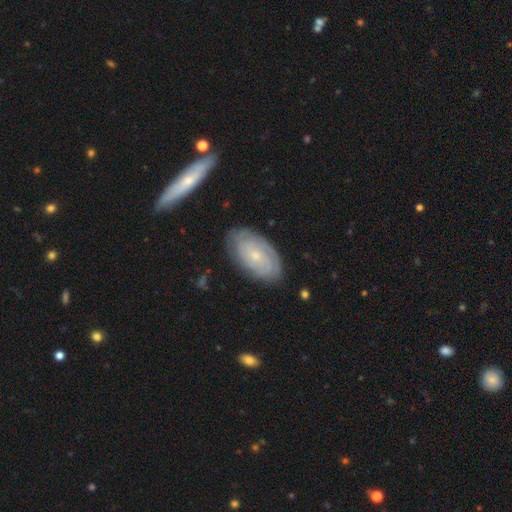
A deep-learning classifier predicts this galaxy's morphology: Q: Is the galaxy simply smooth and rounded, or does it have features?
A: featured or disk — 68%.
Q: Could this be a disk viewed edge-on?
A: no — 93%.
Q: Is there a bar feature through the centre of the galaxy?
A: no — 80%.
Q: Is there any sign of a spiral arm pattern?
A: yes — 88%.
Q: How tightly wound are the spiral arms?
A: tight — 75%.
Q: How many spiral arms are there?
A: can't tell — 50%.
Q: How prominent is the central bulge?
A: small — 79%.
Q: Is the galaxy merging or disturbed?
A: none — 79%.